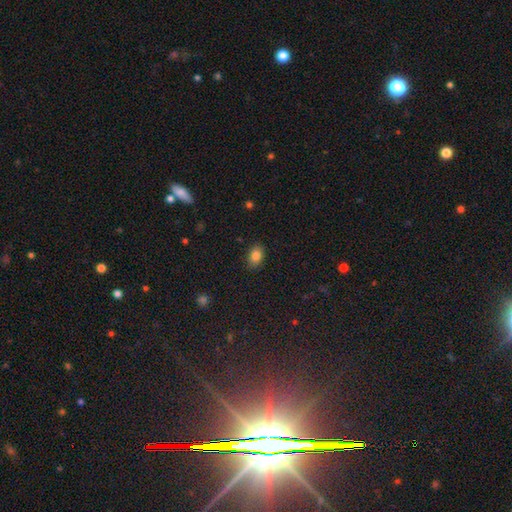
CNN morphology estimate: A smooth galaxy with no disk features (84%) that is in between round and cigar-shaped (80%).

Vote fractions:
- Smooth or featured? smooth: 84% / star or artifact: 10% / featured or disk: 6%
- How rounded? in between: 80% / round: 19% / cigar-shaped: 1%
- Merging? none: 87% / minor disturbance: 10% / major disturbance: 2% / merger: 1%